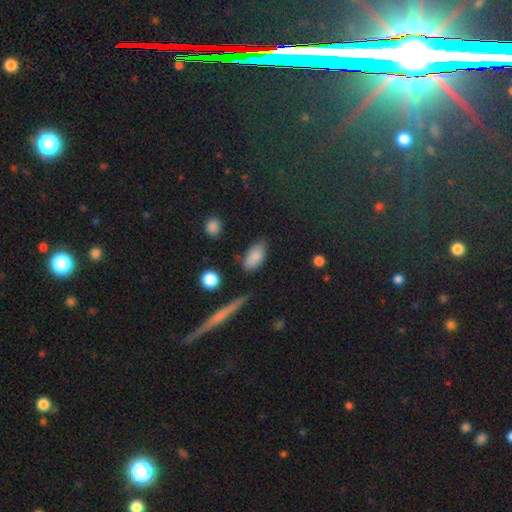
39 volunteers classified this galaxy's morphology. Smooth or featured? smooth (82%)
How rounded? in between (91%)
Merging? none (67%)